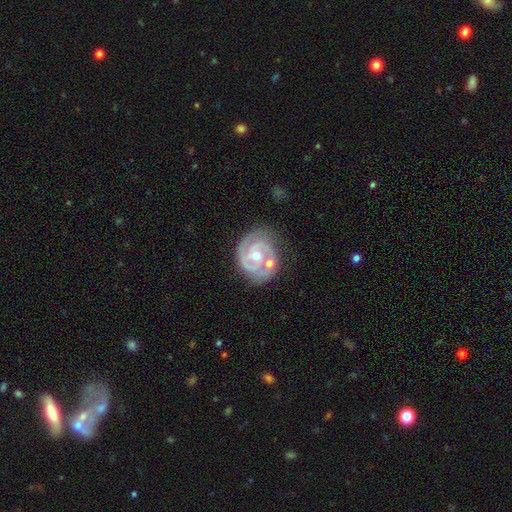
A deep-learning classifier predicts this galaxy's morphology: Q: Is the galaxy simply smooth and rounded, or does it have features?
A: featured or disk — 88%.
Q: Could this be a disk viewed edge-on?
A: no — 98%.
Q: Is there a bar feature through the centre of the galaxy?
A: no — 55%.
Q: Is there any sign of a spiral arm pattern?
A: yes — 97%.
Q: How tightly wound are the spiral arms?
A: tight — 63%.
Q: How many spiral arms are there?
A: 2 — 71%.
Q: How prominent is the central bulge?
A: moderate — 61%.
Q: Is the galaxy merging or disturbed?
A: none — 64%.